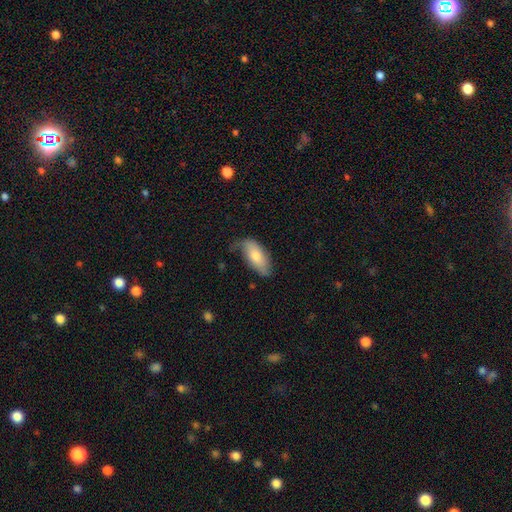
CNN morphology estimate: A smooth galaxy with no disk features (72%) that is in between round and cigar-shaped (89%).

Vote fractions:
- Smooth or featured? smooth: 72% / featured or disk: 22% / star or artifact: 6%
- How rounded? in between: 89% / cigar-shaped: 9% / round: 2%
- Merging? none: 57% / minor disturbance: 33% / major disturbance: 8% / merger: 2%